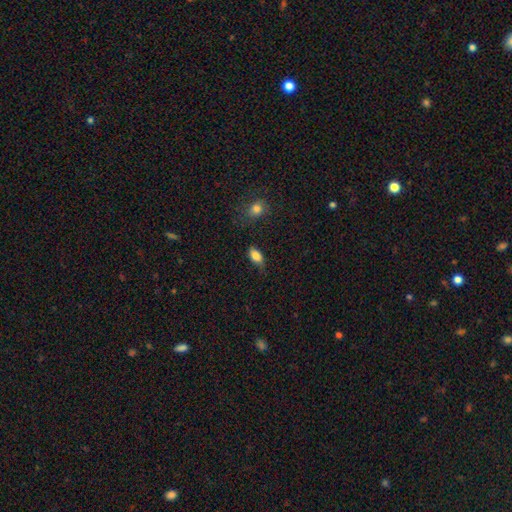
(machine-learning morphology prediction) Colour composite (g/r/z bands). It shows a smooth galaxy with no disk features (82%) that is in between round and cigar-shaped (88%). Merging: none (71%).